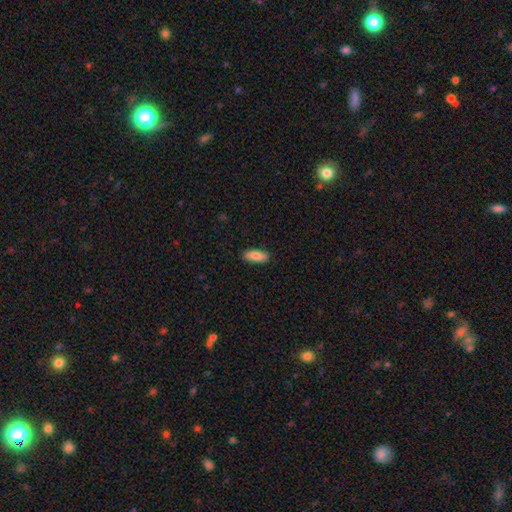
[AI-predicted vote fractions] smooth_or_featured: smooth (p=0.84) [alt: featured or disk p=0.10]
how_rounded: in between (p=0.71) [alt: cigar-shaped p=0.27]
merging: none (p=0.88) [alt: minor disturbance p=0.09]